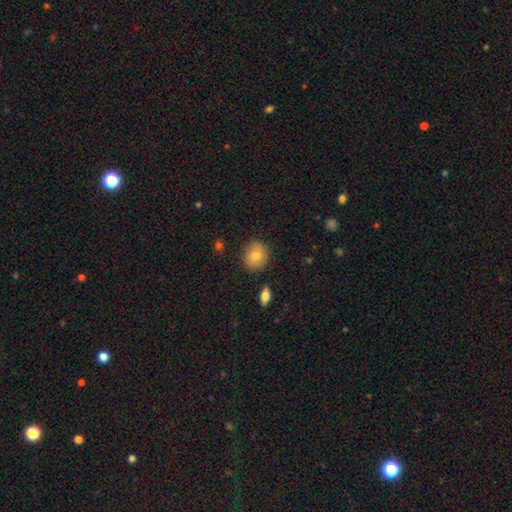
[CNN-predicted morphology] Smooth or featured: smooth — 77% (featured or disk — 15%)
How rounded: round — 73% (in between — 26%)
Merging: none — 84% (minor disturbance — 11%)